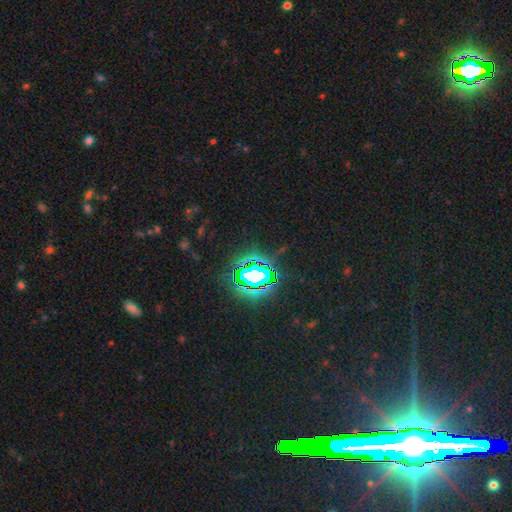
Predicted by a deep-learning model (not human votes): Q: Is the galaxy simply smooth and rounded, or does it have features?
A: star or artifact — 84%.